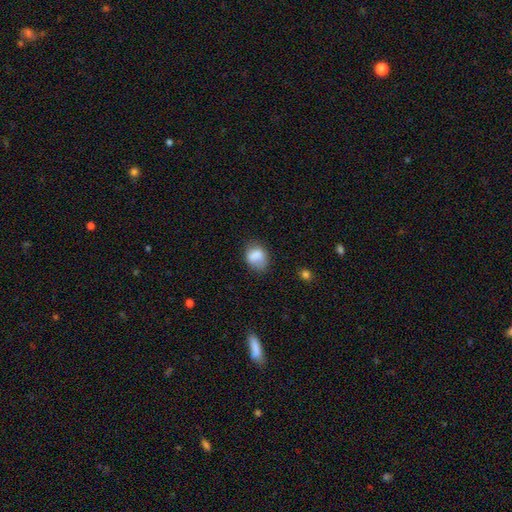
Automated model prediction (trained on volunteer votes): A smooth galaxy with no disk features (80%) that is in between round and cigar-shaped (55%). Merging: none (57%).